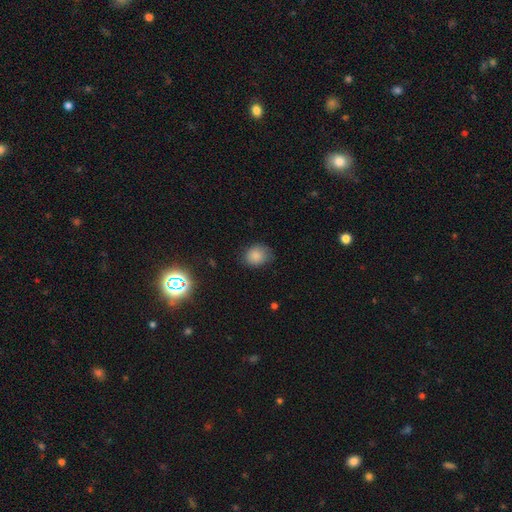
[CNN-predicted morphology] Overall: smooth (84%). How rounded: round (57%; in between 42%). Merging: none (72%).